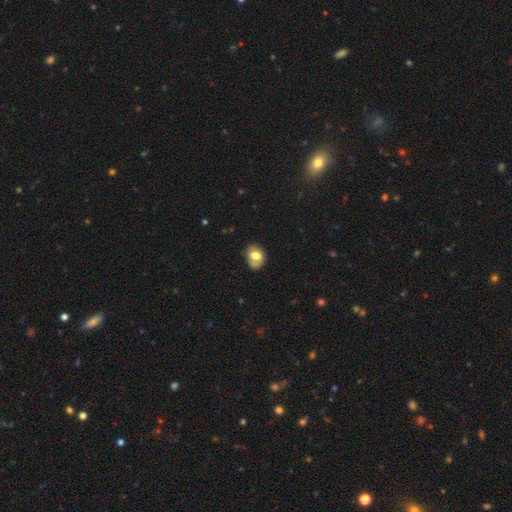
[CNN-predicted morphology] Smooth or featured? Predicted: smooth (p=0.70). How rounded? Predicted: in between (p=0.60). Merging? Predicted: none (p=0.65).